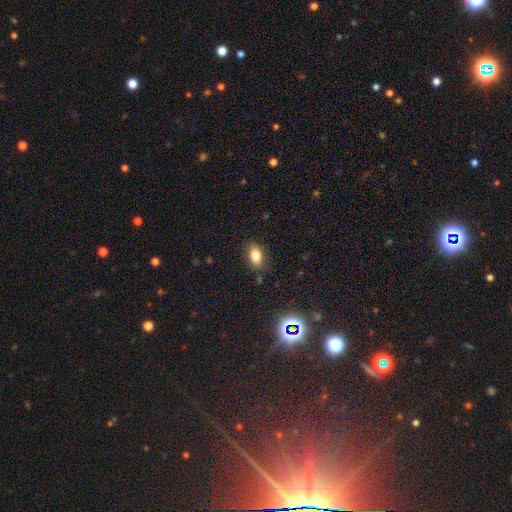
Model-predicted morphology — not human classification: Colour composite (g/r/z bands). It shows a smooth galaxy with no disk features (81%) that is in between round and cigar-shaped (81%). Merging: none (82%).